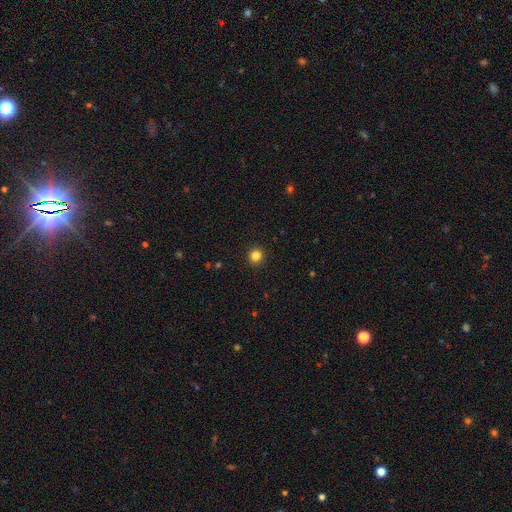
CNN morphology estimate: type=smooth (83%); roundness=round (93%); merging=none (93%).